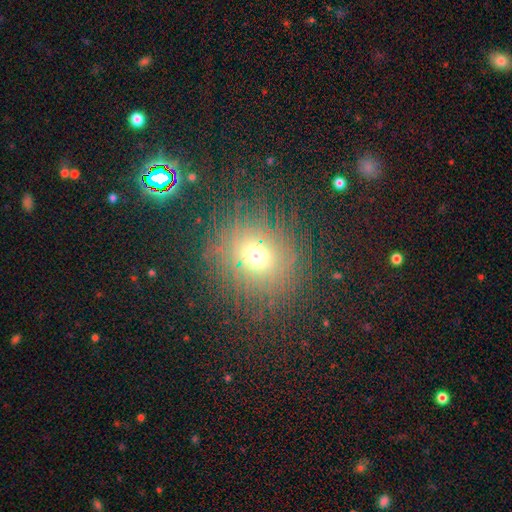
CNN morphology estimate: A smooth galaxy with no disk features (50%). Merging: none (78%).